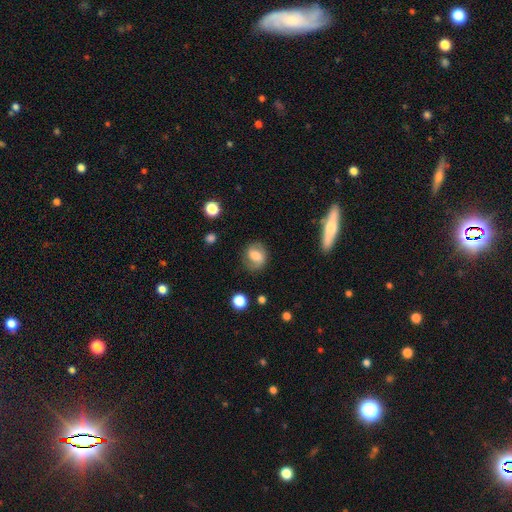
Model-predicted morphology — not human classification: smooth 55%, featured or disk 36%, star or artifact 9%. Down the decision tree: how rounded — round (56%); merging — none (74%).